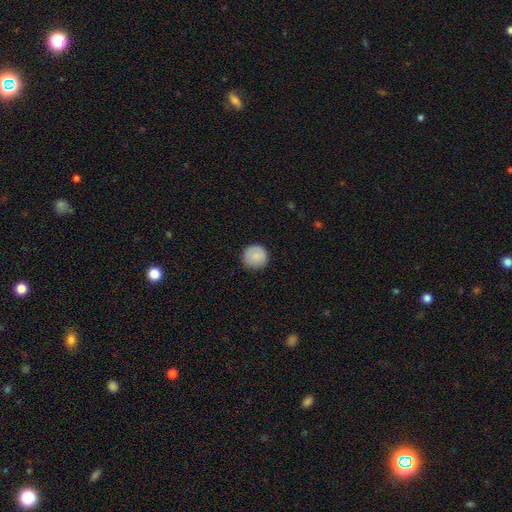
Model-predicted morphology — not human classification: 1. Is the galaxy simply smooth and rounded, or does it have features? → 88% smooth, 7% star or artifact, 5% featured or disk.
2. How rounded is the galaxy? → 95% round, 4% in between, 1% cigar-shaped.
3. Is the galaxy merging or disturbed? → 90% none, 8% minor disturbance, 2% major disturbance, 1% merger.